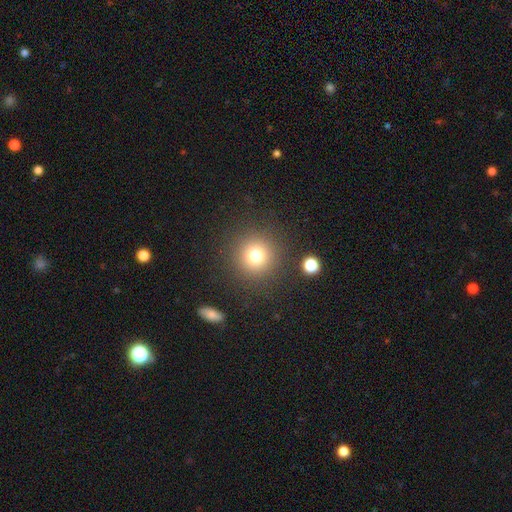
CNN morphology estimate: A smooth galaxy with no disk features (76%) that is round (95%).

Vote fractions:
- Smooth or featured? smooth: 76% / star or artifact: 15% / featured or disk: 9%
- How rounded? round: 95% / in between: 4% / cigar-shaped: 1%
- Merging? none: 88% / minor disturbance: 6% / major disturbance: 4% / merger: 2%